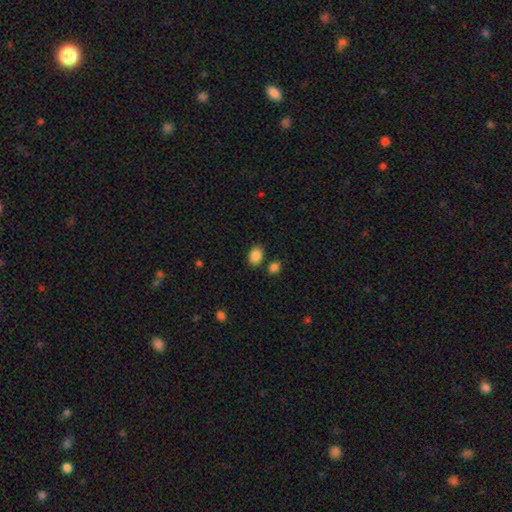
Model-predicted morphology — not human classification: A smooth galaxy with no disk features (87%) that is in between round and cigar-shaped (67%). Merging: none (78%).